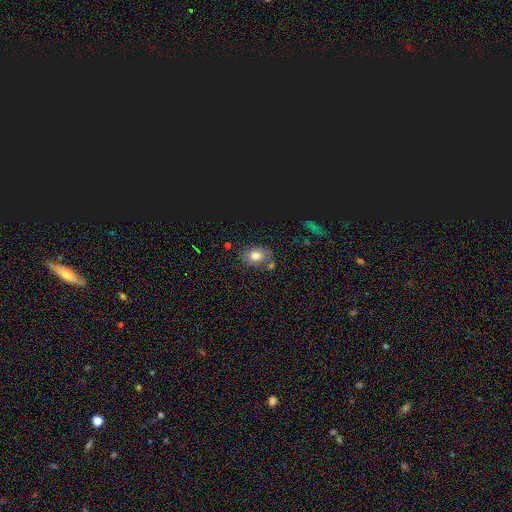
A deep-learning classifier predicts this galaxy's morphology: Q: Smooth or featured?
A: smooth (72%); runner-up: star or artifact (15%)
Q: How rounded?
A: in between (65%); runner-up: round (33%)
Q: Merging?
A: none (70%); runner-up: minor disturbance (17%)